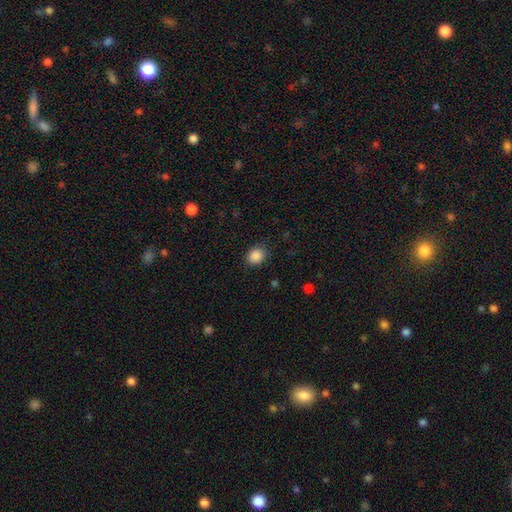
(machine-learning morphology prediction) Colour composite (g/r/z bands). It shows a smooth galaxy with no disk features (87%) that is round (61%). Merging: none (85%).